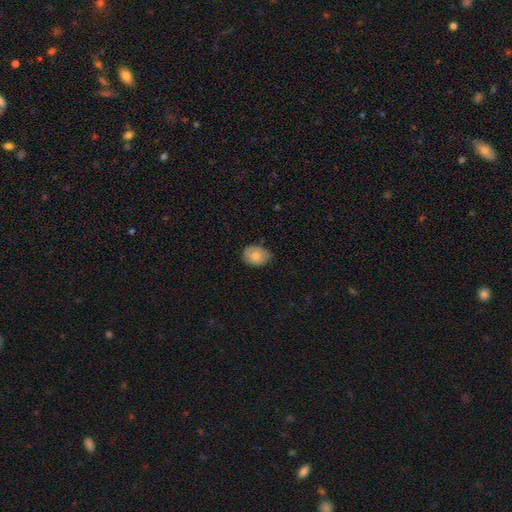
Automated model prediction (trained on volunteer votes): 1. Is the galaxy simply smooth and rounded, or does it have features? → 75% smooth, 18% featured or disk, 7% star or artifact.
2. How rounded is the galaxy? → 66% in between, 33% round, 1% cigar-shaped.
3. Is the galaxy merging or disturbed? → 71% none, 24% minor disturbance, 4% major disturbance, 1% merger.